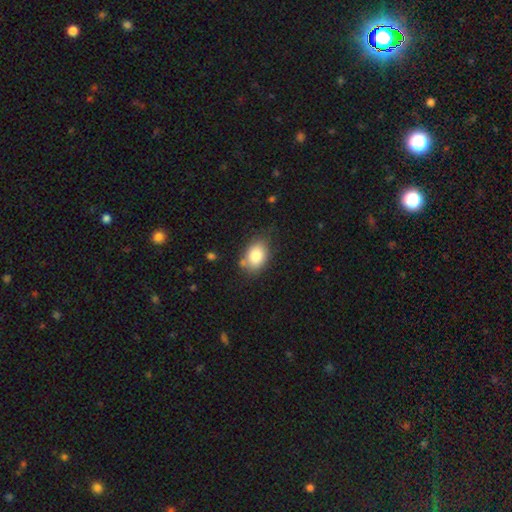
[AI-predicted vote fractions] A smooth galaxy with no disk features (83%) that is in between round and cigar-shaped (80%). Merging: none (71%).